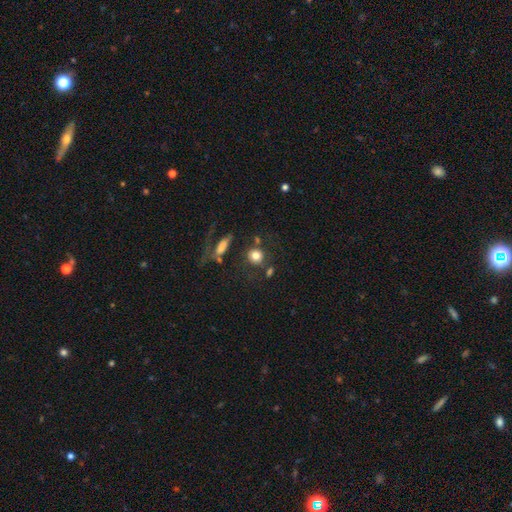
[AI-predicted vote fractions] Smooth or featured? Predicted: smooth (p=0.77). How rounded? Predicted: round (p=0.83). Merging? Predicted: none (p=0.69).